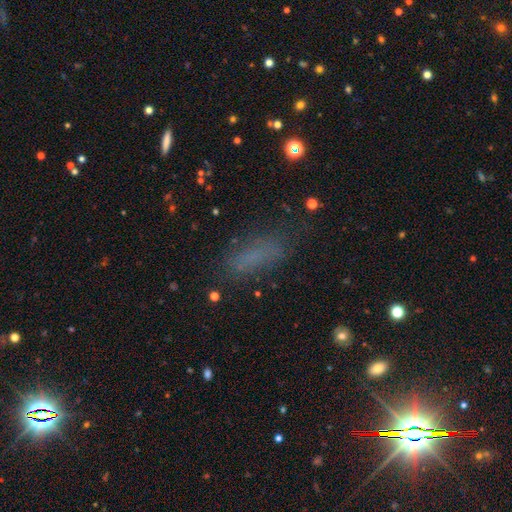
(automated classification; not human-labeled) Smooth or featured? Predicted: smooth (p=0.65). How rounded? Predicted: in between (p=0.50). Merging? Predicted: none (p=0.72).